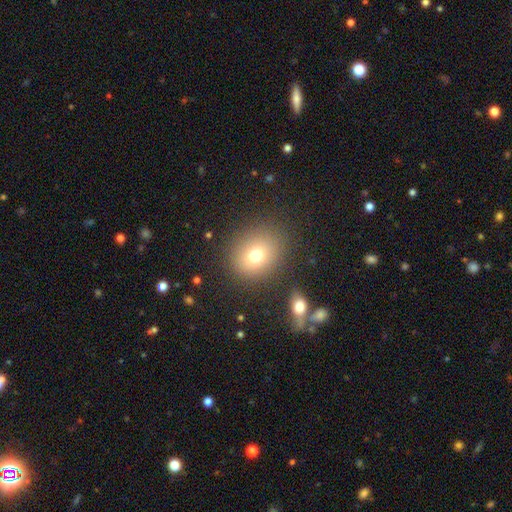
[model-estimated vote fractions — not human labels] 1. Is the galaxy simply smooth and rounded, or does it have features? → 74% smooth, 14% star or artifact, 12% featured or disk.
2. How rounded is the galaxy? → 66% round, 33% in between, 1% cigar-shaped.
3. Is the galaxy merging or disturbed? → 80% none, 10% minor disturbance, 5% major disturbance, 5% merger.